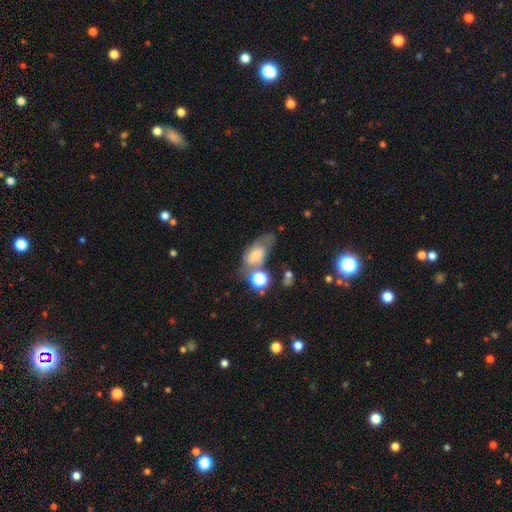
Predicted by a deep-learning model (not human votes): The model was most divided on "merging": none: 36%, minor disturbance: 24%, merger: 20%, major disturbance: 20%. More confident: how rounded — in between (82%); smooth or featured — smooth (51%).